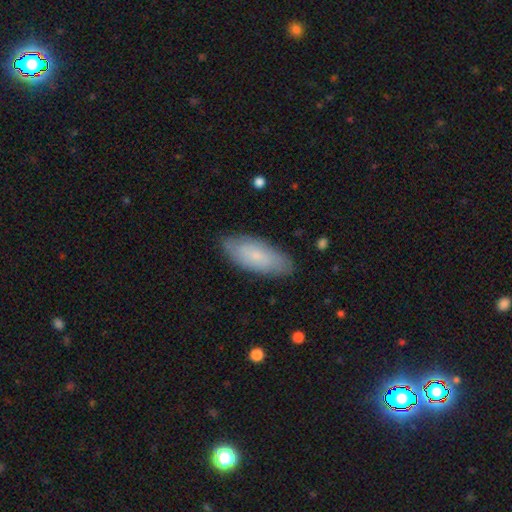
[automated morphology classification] A smooth galaxy with no disk features (69%) that is in between round and cigar-shaped (81%). Merging: none (83%).